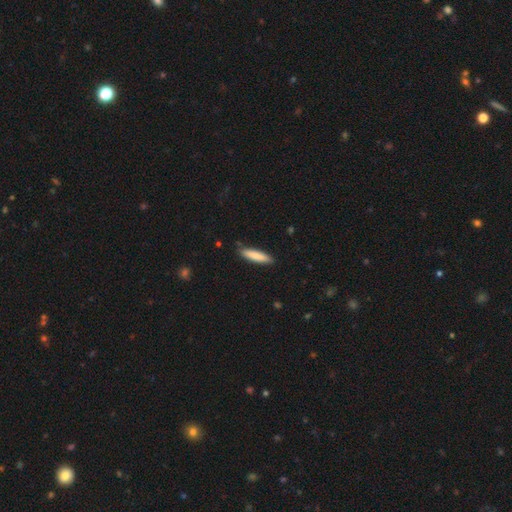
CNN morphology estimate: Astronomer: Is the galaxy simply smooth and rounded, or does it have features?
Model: smooth — 84%.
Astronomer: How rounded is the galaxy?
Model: cigar-shaped — 77%.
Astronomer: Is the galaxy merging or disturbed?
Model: none — 85%.